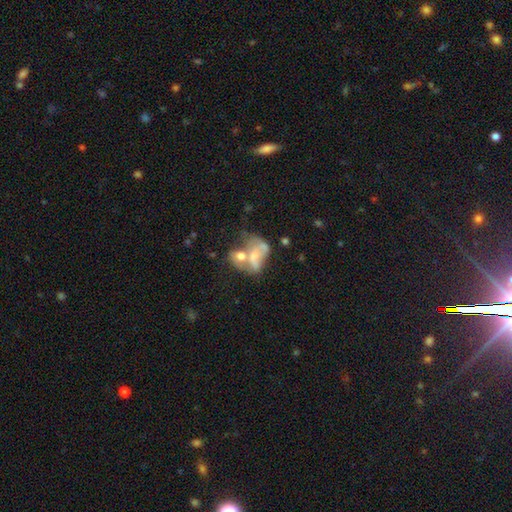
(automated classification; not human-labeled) This is possibly a featured or disk galaxy (45%). Merging: likely merger (64%).